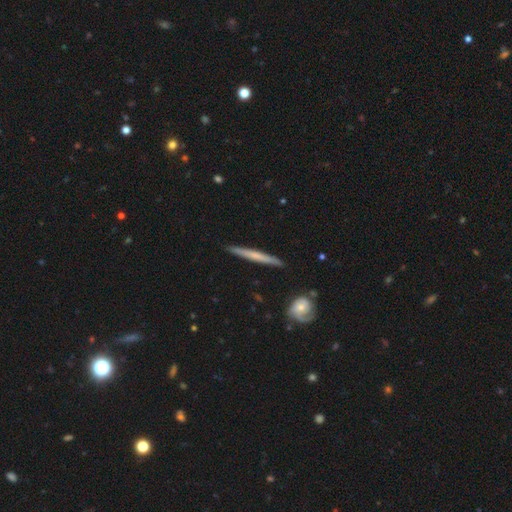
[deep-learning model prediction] Smooth or featured? featured or disk (51%)
Edge-on disk? yes (95%)
Merging? none (90%)